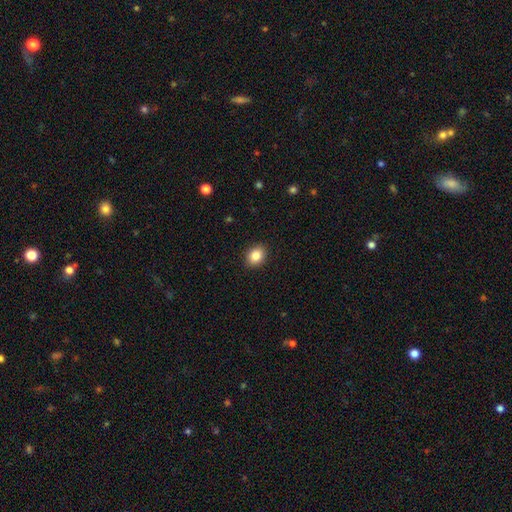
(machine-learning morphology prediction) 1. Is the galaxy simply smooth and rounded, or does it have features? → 85% smooth, 9% star or artifact, 6% featured or disk.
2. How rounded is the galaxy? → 53% in between, 46% round, 1% cigar-shaped.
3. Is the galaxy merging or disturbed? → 90% none, 7% minor disturbance, 2% major disturbance, 1% merger.